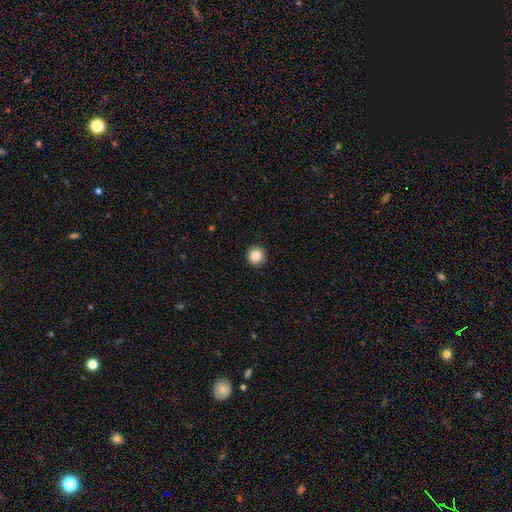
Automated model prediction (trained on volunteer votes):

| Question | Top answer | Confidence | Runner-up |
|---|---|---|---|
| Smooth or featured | smooth | 87% | star or artifact (9%) |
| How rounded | round | 94% | in between (5%) |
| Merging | none | 91% | minor disturbance (6%) |